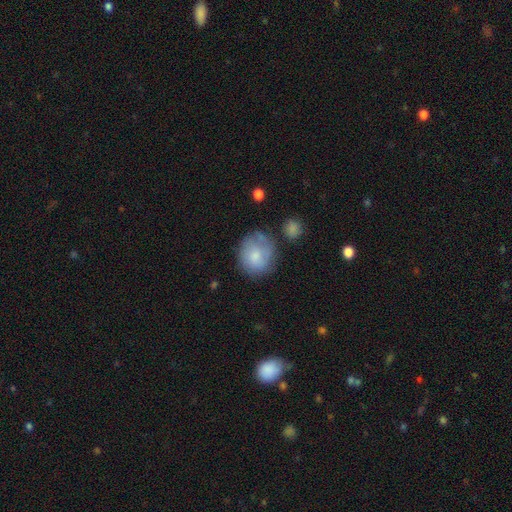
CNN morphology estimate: smooth_or_featured: smooth (p=0.71) [alt: featured or disk p=0.21]
how_rounded: round (p=0.73) [alt: in between p=0.26]
merging: none (p=0.59) [alt: minor disturbance p=0.25]